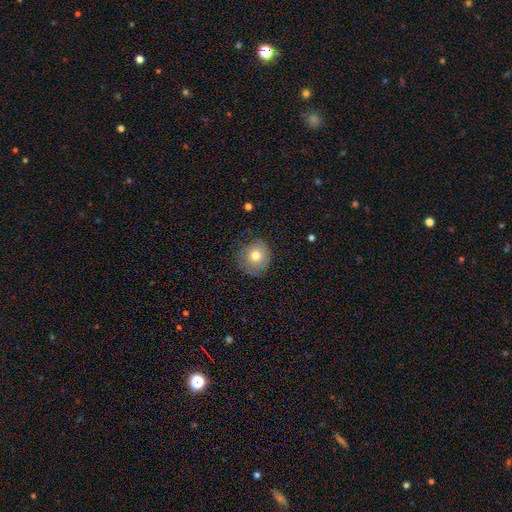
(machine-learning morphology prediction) smooth 72%, featured or disk 17%, star or artifact 10%. Down the decision tree: how rounded — round (88%); merging — none (75%).